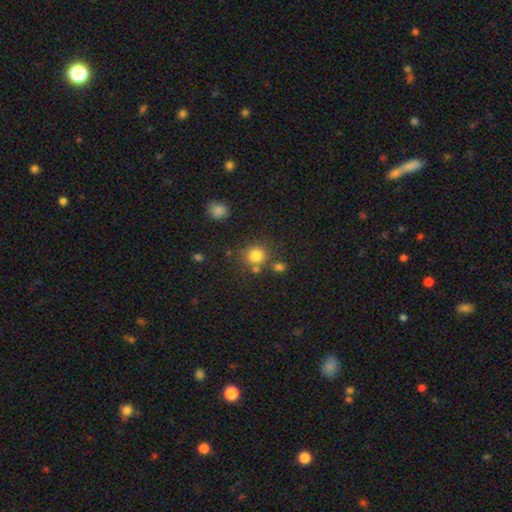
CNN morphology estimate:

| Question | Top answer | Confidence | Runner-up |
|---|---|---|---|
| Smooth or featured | smooth | 81% | star or artifact (13%) |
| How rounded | round | 86% | in between (13%) |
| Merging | none | 71% | merger (13%) |